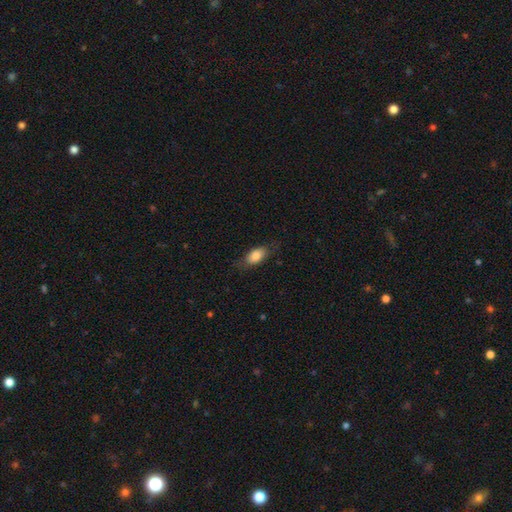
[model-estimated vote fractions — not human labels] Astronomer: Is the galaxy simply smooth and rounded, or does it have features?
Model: smooth — 80%.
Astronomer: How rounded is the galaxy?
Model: in between — 87%.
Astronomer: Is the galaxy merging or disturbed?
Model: none — 73%.